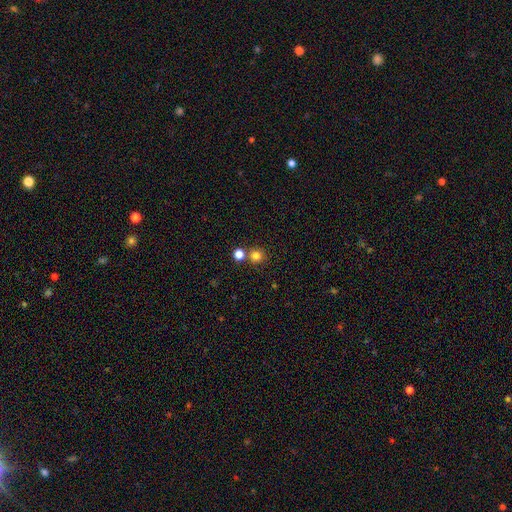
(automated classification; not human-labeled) Smooth or featured? Predicted: smooth (p=0.80). How rounded? Predicted: round (p=0.94). Merging? Predicted: none (p=0.75).